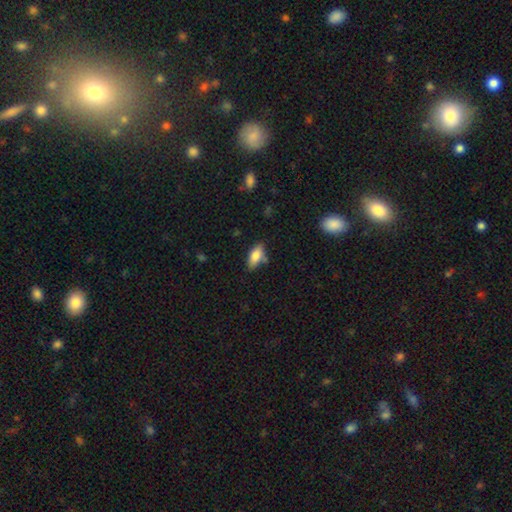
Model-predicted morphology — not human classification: Smooth or featured?
  - smooth: 80% *
  - featured or disk: 12%
  - star or artifact: 7%
How rounded?
  - in between: 85% *
  - cigar-shaped: 12%
  - round: 3%
Merging?
  - none: 67% *
  - minor disturbance: 21%
  - merger: 8%
  - major disturbance: 5%